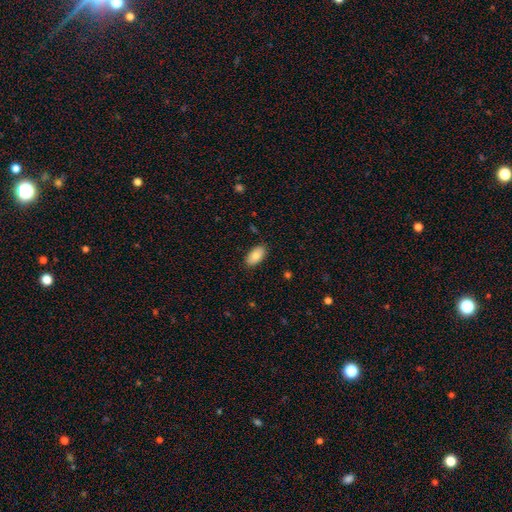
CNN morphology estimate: type=smooth (84%); roundness=in between (95%); merging=none (87%).